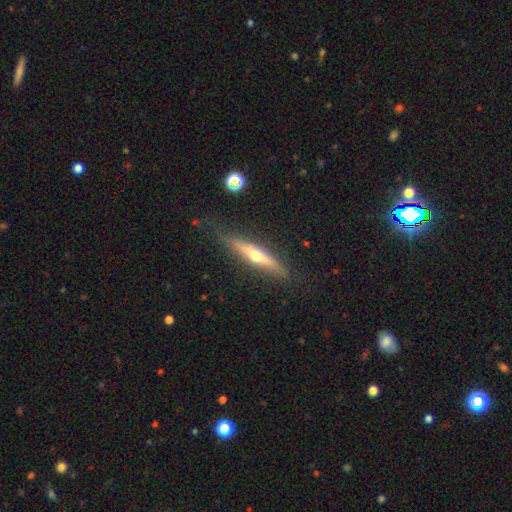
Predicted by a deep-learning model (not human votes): Morphology: type=featured or disk (62%); edge-on=yes (92%); edge-on bulge=rounded (87%); merging=none (79%).